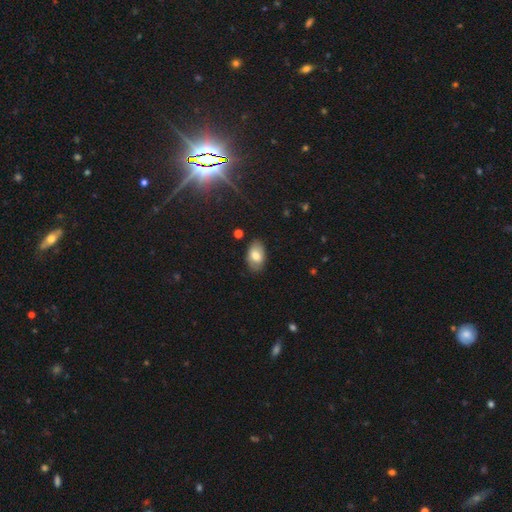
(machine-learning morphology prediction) Smooth or featured?
  - smooth: 74% *
  - featured or disk: 18%
  - star or artifact: 8%
How rounded?
  - in between: 92% *
  - round: 7%
  - cigar-shaped: 1%
Merging?
  - none: 81% *
  - minor disturbance: 15%
  - major disturbance: 3%
  - merger: 2%